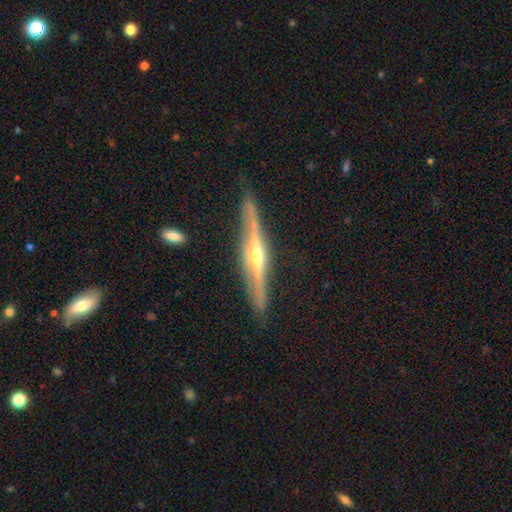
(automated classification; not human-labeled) This appears to be a featured or disk galaxy (83%) viewed edge-on (96%) with a rounded central bulge (89%). Merging: none (84%).